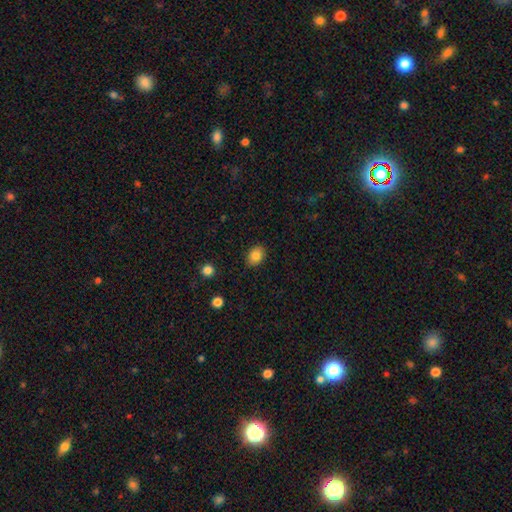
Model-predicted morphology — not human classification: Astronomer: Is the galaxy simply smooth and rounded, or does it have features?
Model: smooth — 83%.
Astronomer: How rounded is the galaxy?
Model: in between — 63%.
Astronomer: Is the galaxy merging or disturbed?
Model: none — 86%.